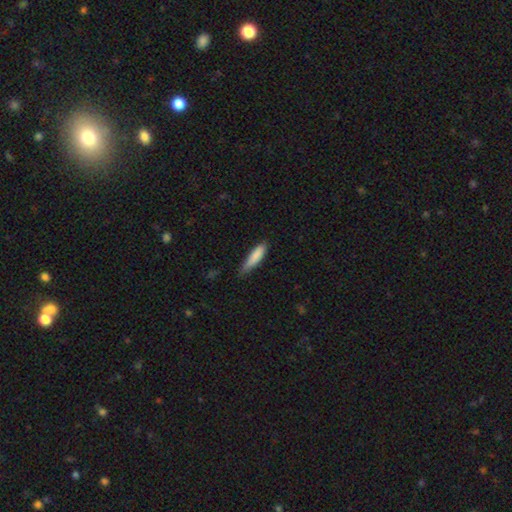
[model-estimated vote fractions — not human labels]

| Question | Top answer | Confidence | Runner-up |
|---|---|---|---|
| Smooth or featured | smooth | 84% | featured or disk (10%) |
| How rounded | cigar-shaped | 70% | in between (28%) |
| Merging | none | 54% | minor disturbance (38%) |